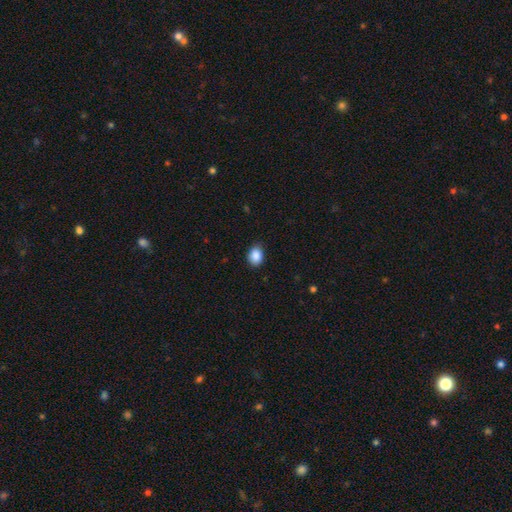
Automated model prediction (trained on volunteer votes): The model was most divided on "how rounded": in between: 61%, round: 38%, cigar-shaped: 1%. More confident: smooth or featured — smooth (89%); merging — none (83%).